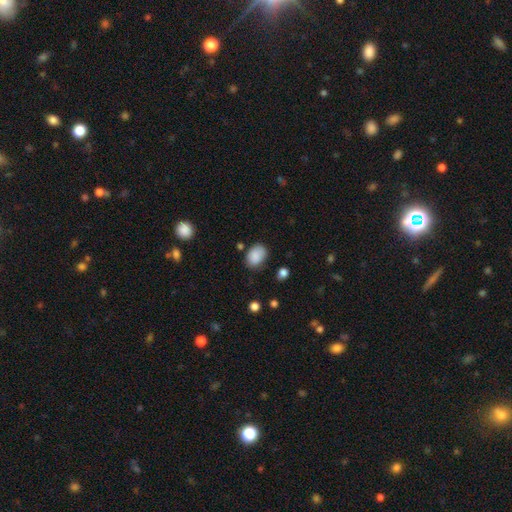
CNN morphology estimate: Smooth or featured? smooth (88%)
How rounded? in between (77%)
Merging? none (73%)